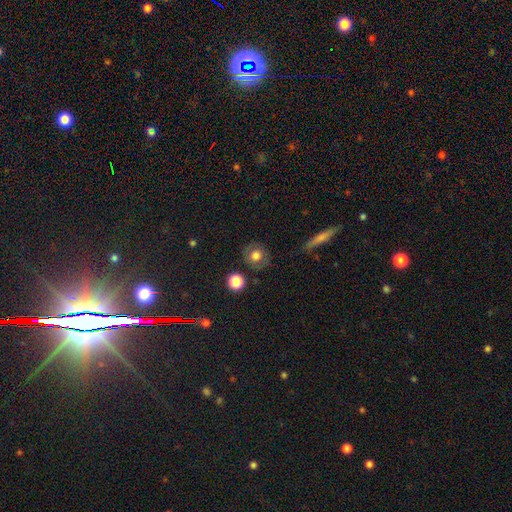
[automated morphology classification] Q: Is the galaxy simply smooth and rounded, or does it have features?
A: smooth — 66%.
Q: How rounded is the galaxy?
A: round — 85%.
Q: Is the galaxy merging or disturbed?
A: none — 80%.